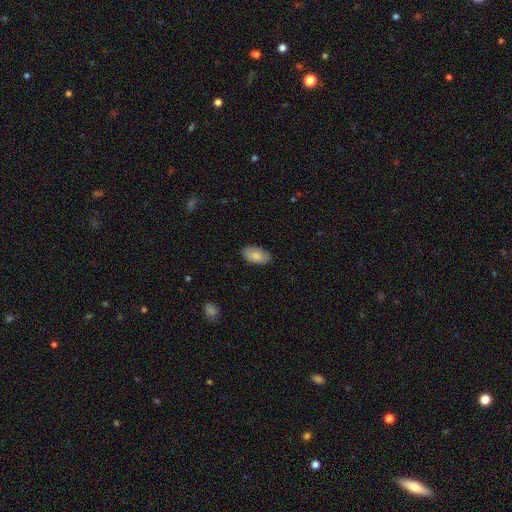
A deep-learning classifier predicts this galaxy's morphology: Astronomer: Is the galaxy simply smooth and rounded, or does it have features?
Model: smooth — 84%.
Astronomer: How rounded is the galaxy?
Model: in between — 94%.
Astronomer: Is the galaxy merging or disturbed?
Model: none — 84%.